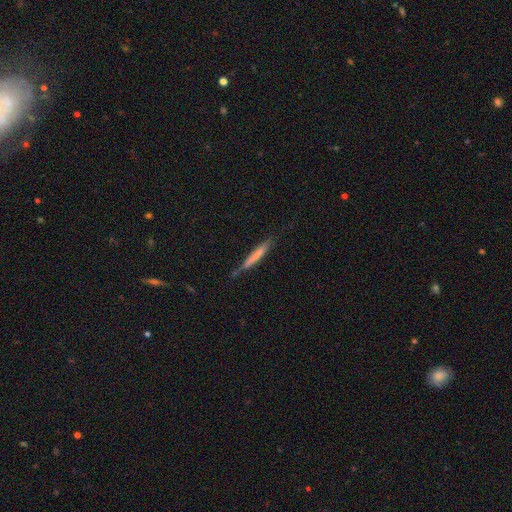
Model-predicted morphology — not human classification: The model was most divided on "smooth or featured": smooth: 63%, featured or disk: 30%, star or artifact: 6%. More confident: how rounded — cigar-shaped (95%); merging — none (73%).